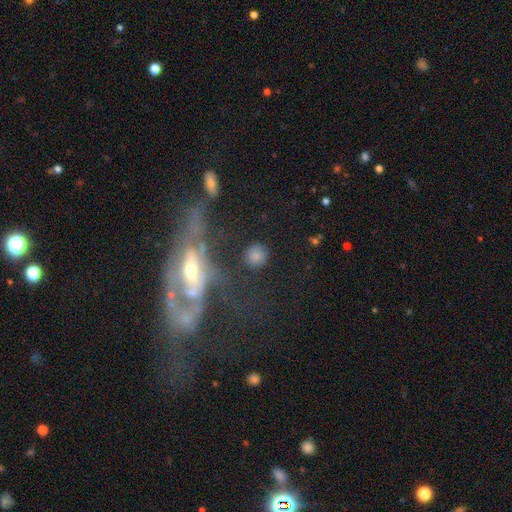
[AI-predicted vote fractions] The model was most divided on "smooth or featured": smooth: 74%, star or artifact: 14%, featured or disk: 12%. More confident: how rounded — round (85%); merging — none (81%).